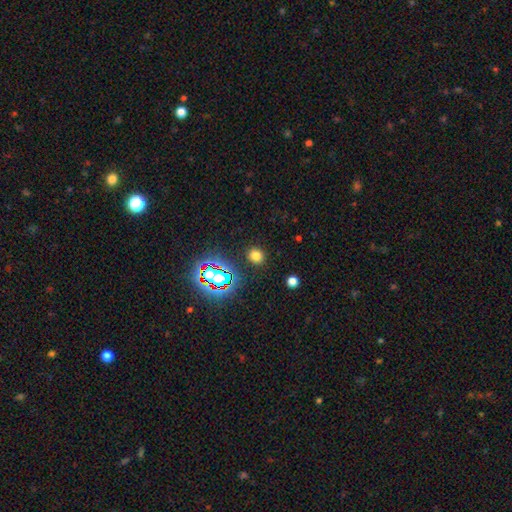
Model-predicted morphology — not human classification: Smooth or featured? smooth (71%)
How rounded? round (79%)
Merging? none (89%)